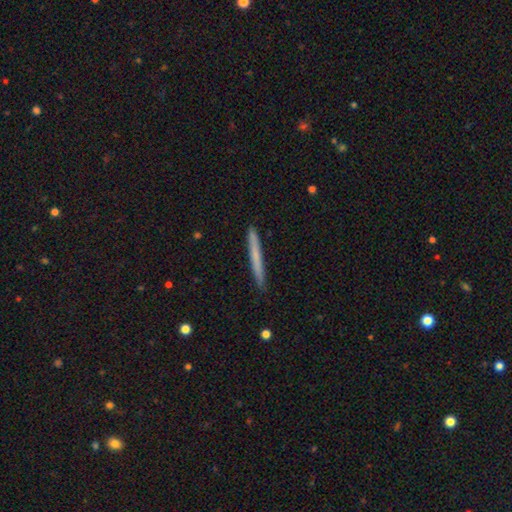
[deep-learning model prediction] smooth-or-featured: smooth: 64% | featured or disk: 30% | star or artifact: 6%
  how-rounded: cigar-shaped: 97% | in between: 2% | round: 1%
  merging: none: 90% | minor disturbance: 7% | major disturbance: 1% | merger: 1%